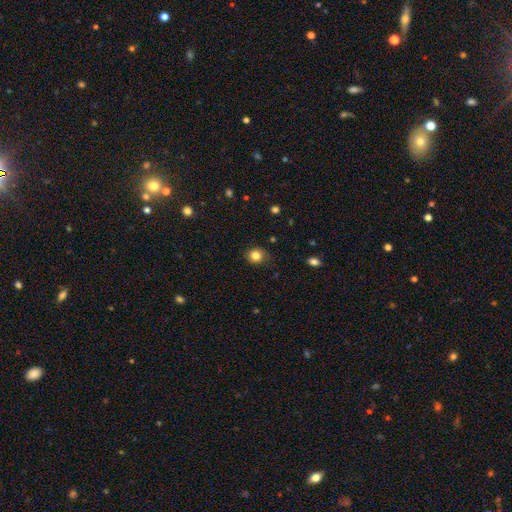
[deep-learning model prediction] Overall: smooth (83%). How rounded: round (81%). Merging: none (81%).